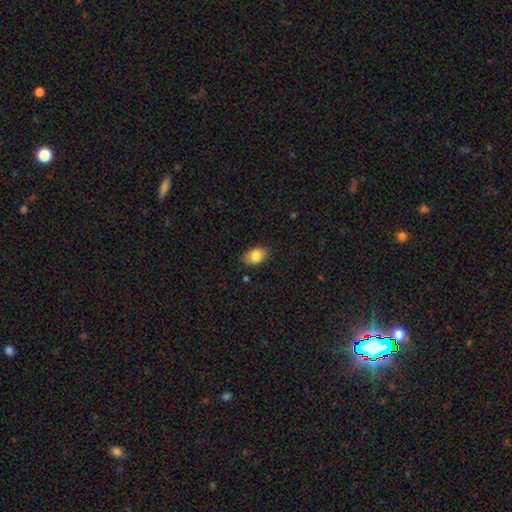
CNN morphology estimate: This is clearly a smooth galaxy (84%). How rounded: clearly in between (86%). Merging: clearly none (85%).